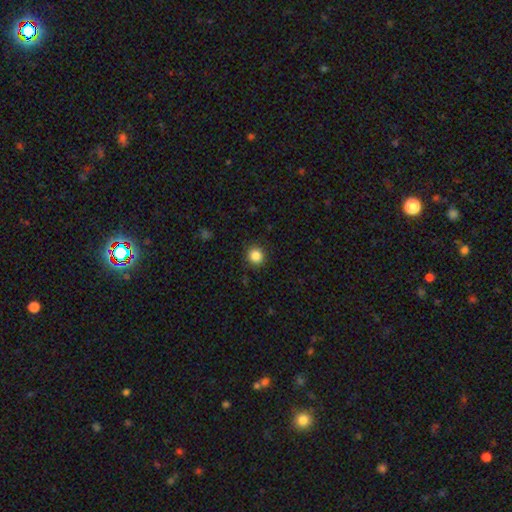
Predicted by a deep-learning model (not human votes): A smooth galaxy with no disk features (85%) that is round (91%). Merging: none (90%).